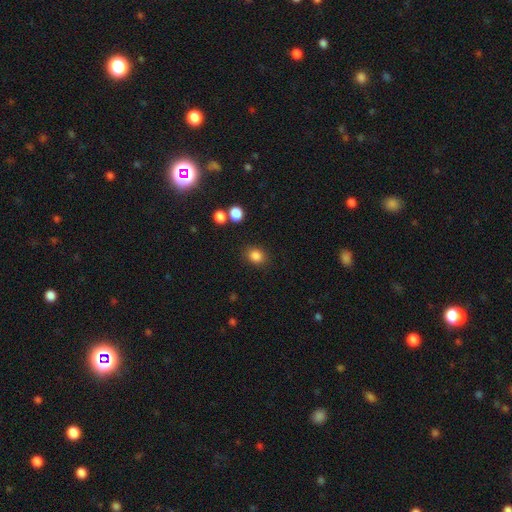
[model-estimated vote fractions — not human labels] Overall: smooth (85%). How rounded: round (60%; in between 39%). Merging: none (84%).